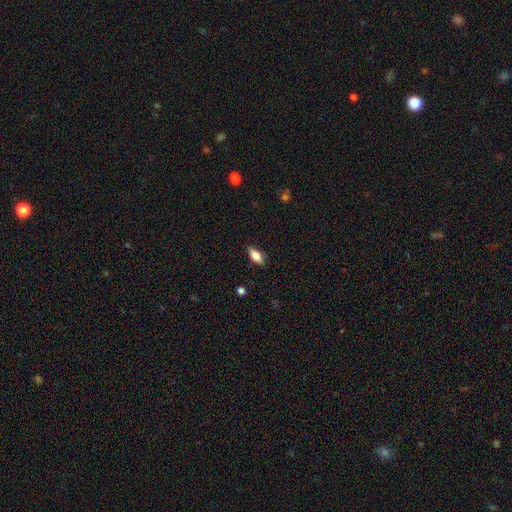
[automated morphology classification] A smooth galaxy with no disk features (71%) that is in between round and cigar-shaped (81%).

Vote fractions:
- Smooth or featured? smooth: 71% / featured or disk: 22% / star or artifact: 7%
- How rounded? in between: 81% / cigar-shaped: 15% / round: 3%
- Merging? none: 85% / minor disturbance: 11% / major disturbance: 2% / merger: 1%